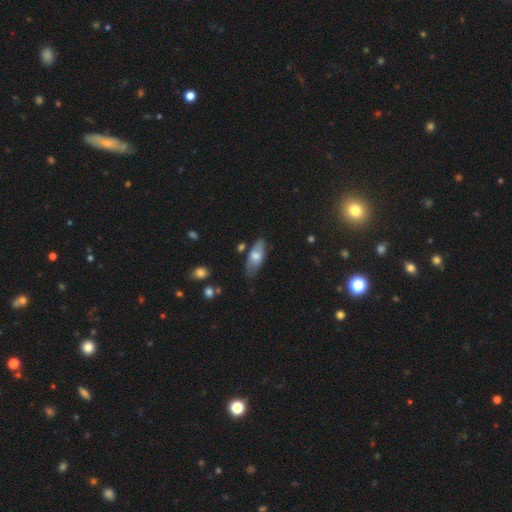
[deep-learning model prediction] This appears to be a smooth galaxy with no disk features (65%) that is in between round and cigar-shaped (83%). Merging: none (70%).